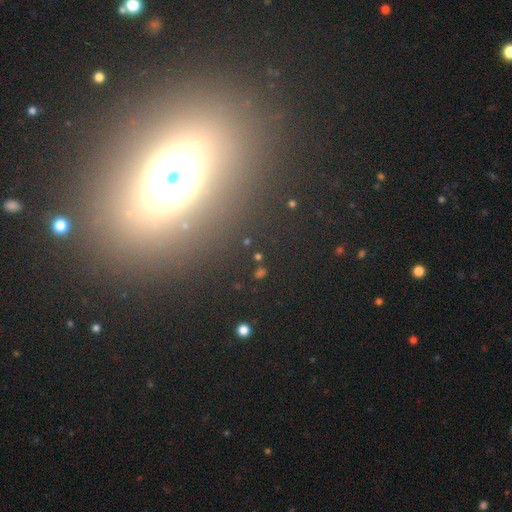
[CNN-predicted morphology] This appears to be a star or artifact, not a galaxy (46%).